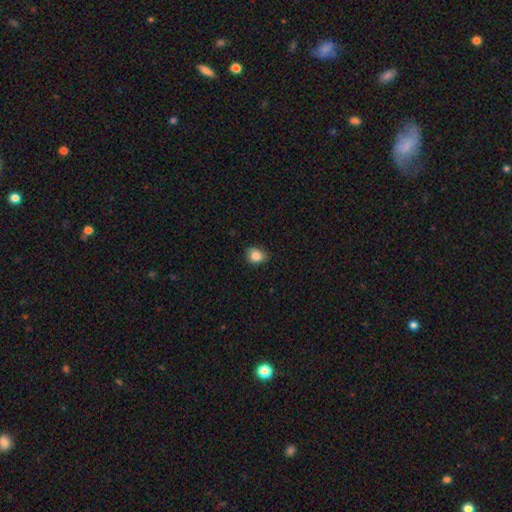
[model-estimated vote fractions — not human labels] Morphology: type=smooth (86%); roundness=round (55%); merging=none (81%).